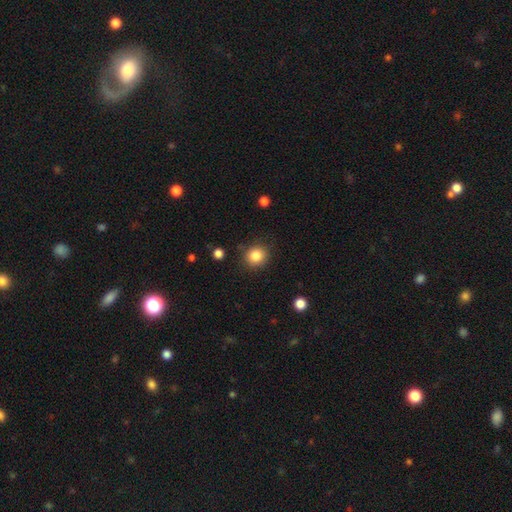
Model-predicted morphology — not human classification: Smooth or featured?
  - smooth: 85% *
  - star or artifact: 10%
  - featured or disk: 5%
How rounded?
  - round: 87% *
  - in between: 12%
  - cigar-shaped: 1%
Merging?
  - none: 87% *
  - minor disturbance: 9%
  - major disturbance: 3%
  - merger: 2%